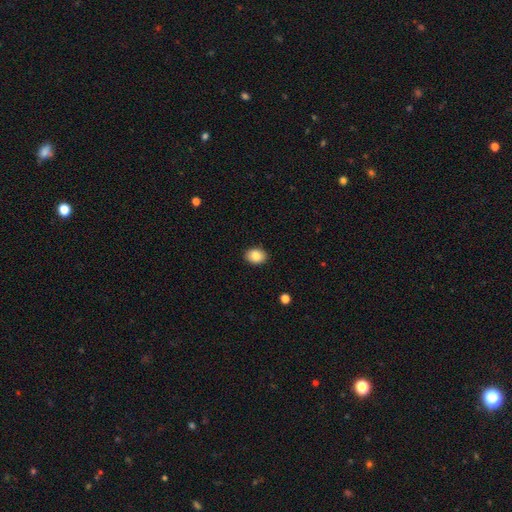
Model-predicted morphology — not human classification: type=smooth (86%); roundness=in between (67%); merging=none (89%).